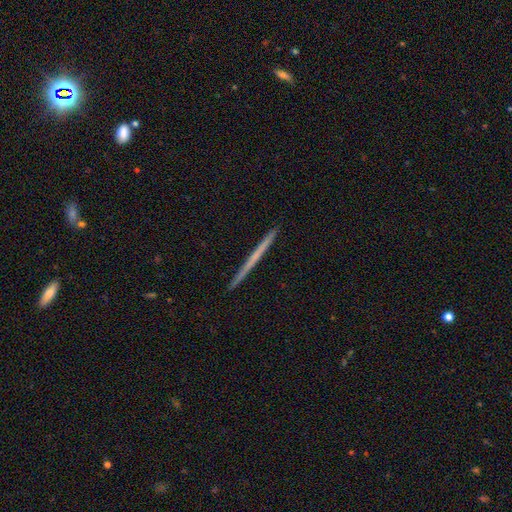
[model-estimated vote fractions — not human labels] A featured or disk galaxy (55%) viewed edge-on (98%) with no central bulge (92%).

Vote fractions:
- Smooth or featured? featured or disk: 55% / smooth: 40% / star or artifact: 6%
- Edge-on disk? yes: 98% / no: 2%
- Edge-on bulge? none: 92% / rounded: 6% / boxy: 2%
- Merging? none: 93% / minor disturbance: 5% / major disturbance: 1% / merger: 1%